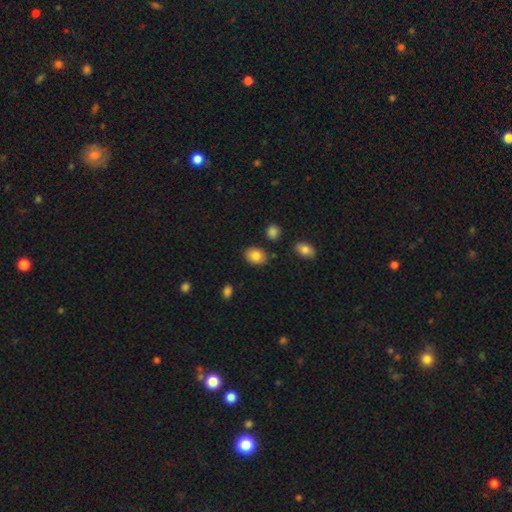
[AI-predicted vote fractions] Smooth or featured?
  - smooth: 85% *
  - star or artifact: 8%
  - featured or disk: 6%
How rounded?
  - in between: 70% *
  - round: 29%
  - cigar-shaped: 1%
Merging?
  - none: 83% *
  - minor disturbance: 10%
  - merger: 4%
  - major disturbance: 3%